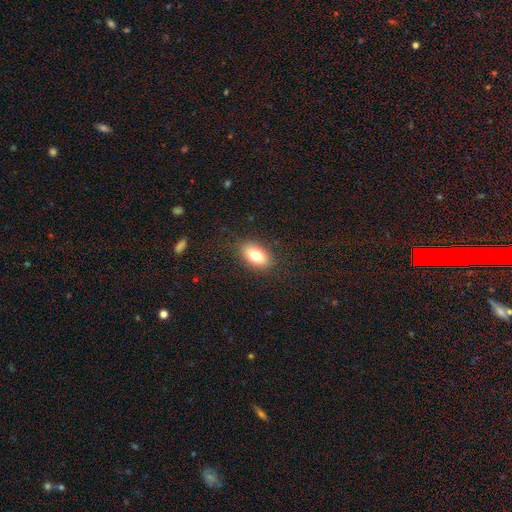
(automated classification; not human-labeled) Smooth or featured? smooth (80%)
How rounded? in between (90%)
Merging? none (83%)